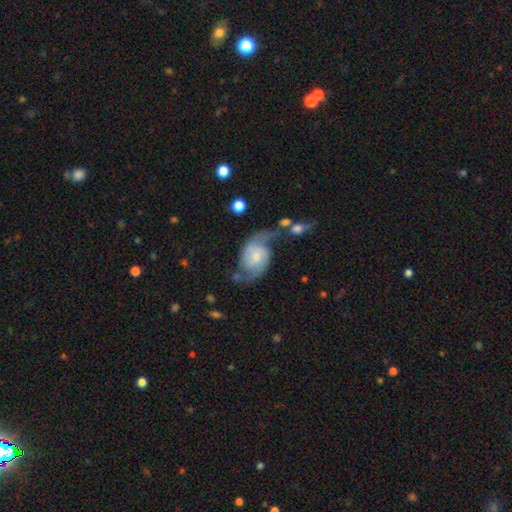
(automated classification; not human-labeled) Smooth or featured? featured or disk (72%)
Edge-on disk? no (97%)
Bar? no (55%)
Spiral arms? yes (91%)
Spiral winding? loose (47%)
Spiral arm count? 2 (85%)
Bulge size? moderate (41%)
Merging? none (37%)